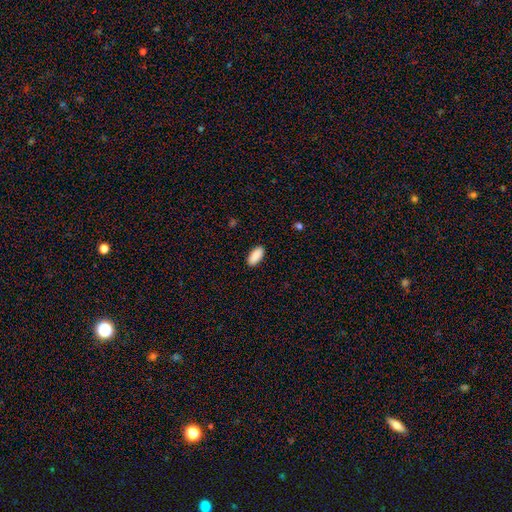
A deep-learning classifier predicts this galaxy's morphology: This is clearly a smooth galaxy (91%). How rounded: clearly in between (92%). Merging: clearly none (90%).